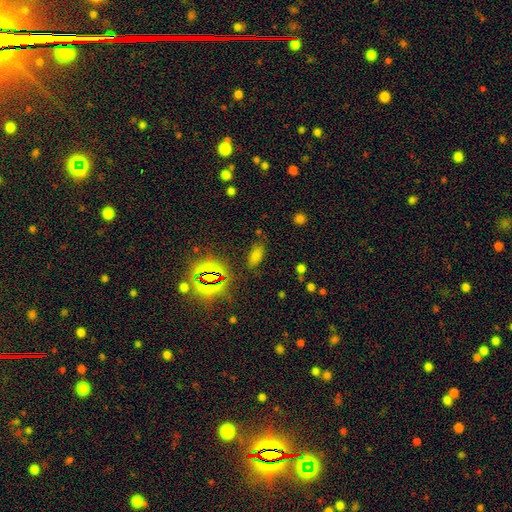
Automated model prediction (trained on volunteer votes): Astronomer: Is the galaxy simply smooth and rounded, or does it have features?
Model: smooth — 66%.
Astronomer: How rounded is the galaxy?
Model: in between — 87%.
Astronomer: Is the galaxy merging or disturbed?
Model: none — 79%.